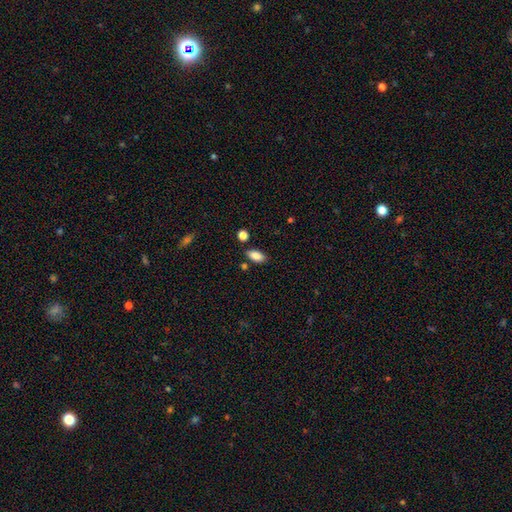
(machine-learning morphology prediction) This appears to be a smooth galaxy with no disk features (86%) that is in between round and cigar-shaped (90%). Merging: none (81%).